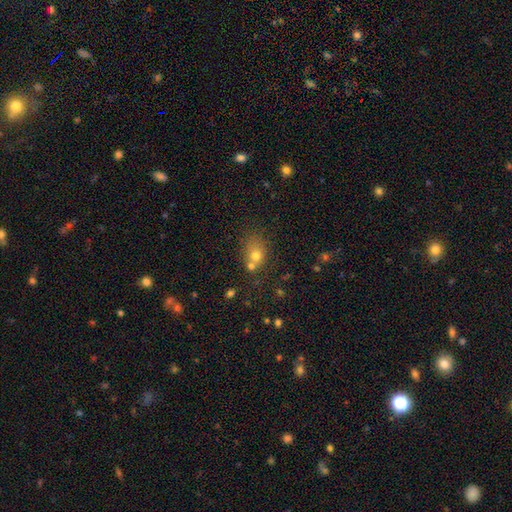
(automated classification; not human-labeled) This is likely a smooth galaxy (69%). How rounded: possibly round (52%). Merging: possibly none (45%).